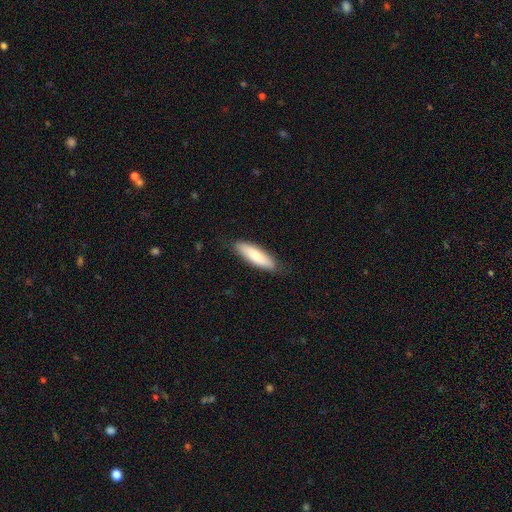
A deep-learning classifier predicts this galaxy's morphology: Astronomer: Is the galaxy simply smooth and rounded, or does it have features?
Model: smooth — 78%.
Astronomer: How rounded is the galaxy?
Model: cigar-shaped — 58% (runner-up: in between, 40%).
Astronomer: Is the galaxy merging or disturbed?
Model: none — 85%.